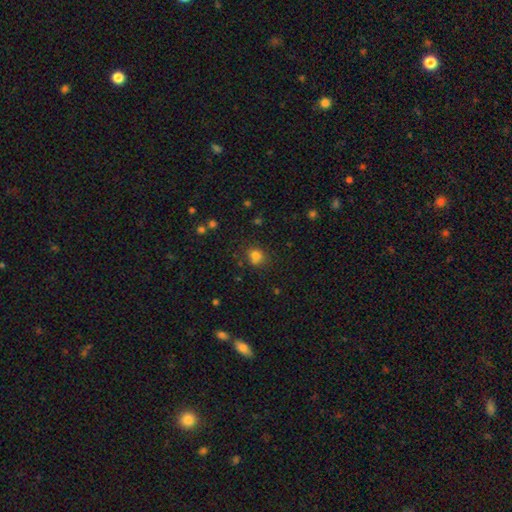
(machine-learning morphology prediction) smooth 80%, star or artifact 14%, featured or disk 6%. Down the decision tree: how rounded — round (75%); merging — none (73%).